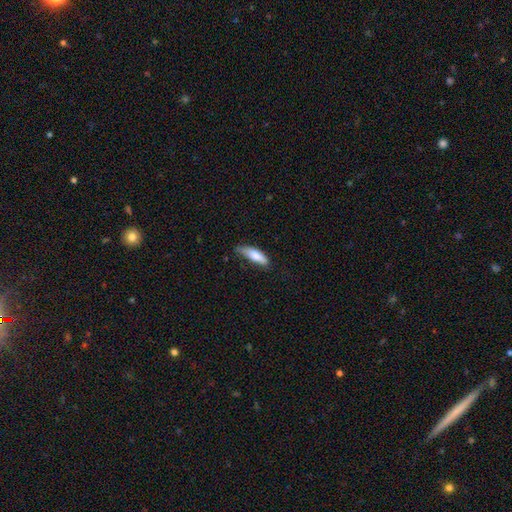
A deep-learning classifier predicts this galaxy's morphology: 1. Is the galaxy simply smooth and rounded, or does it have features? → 80% smooth, 14% featured or disk, 6% star or artifact.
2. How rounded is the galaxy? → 51% in between, 48% cigar-shaped, 2% round.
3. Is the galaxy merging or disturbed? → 47% none, 40% minor disturbance, 10% major disturbance, 3% merger.